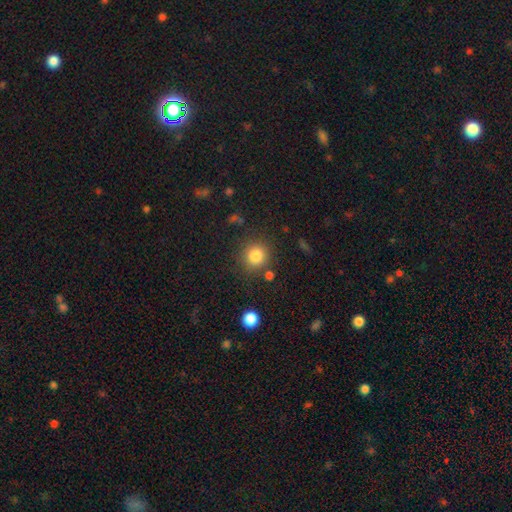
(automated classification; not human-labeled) Q: Smooth or featured?
A: smooth (83%); runner-up: star or artifact (11%)
Q: How rounded?
A: round (90%); runner-up: in between (9%)
Q: Merging?
A: none (82%); runner-up: minor disturbance (9%)